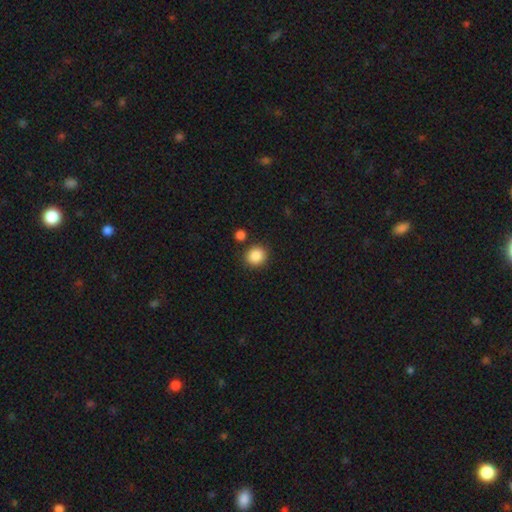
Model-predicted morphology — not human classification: Smooth or featured?
  - smooth: 88% *
  - star or artifact: 9%
  - featured or disk: 4%
How rounded?
  - round: 87% *
  - in between: 12%
  - cigar-shaped: 1%
Merging?
  - none: 84% *
  - minor disturbance: 8%
  - merger: 5%
  - major disturbance: 3%